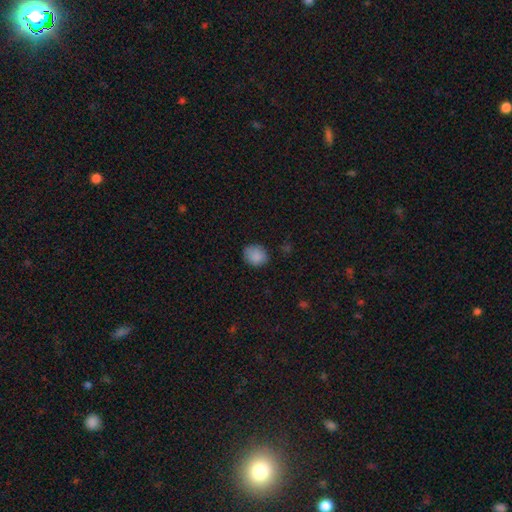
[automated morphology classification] Smooth or featured?
  - smooth: 87% *
  - star or artifact: 8%
  - featured or disk: 5%
How rounded?
  - round: 71% *
  - in between: 28%
  - cigar-shaped: 1%
Merging?
  - none: 79% *
  - minor disturbance: 16%
  - major disturbance: 3%
  - merger: 1%